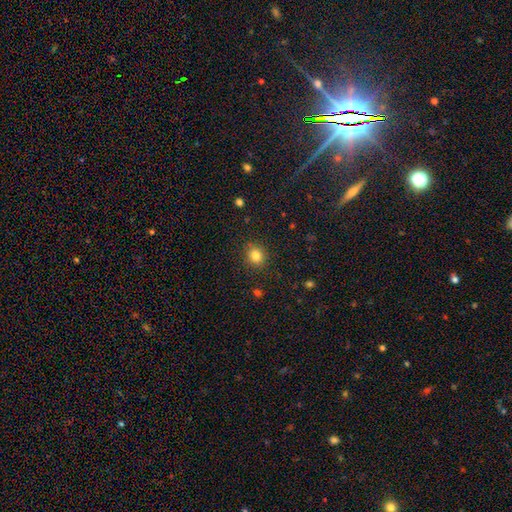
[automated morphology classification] A smooth galaxy with no disk features (83%) that is round (75%). Merging: none (87%).